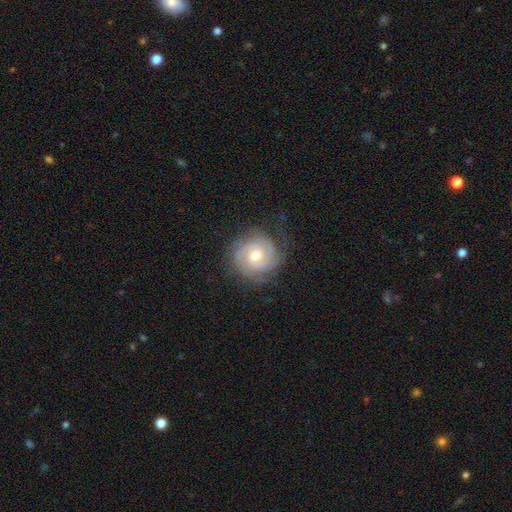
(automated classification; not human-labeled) Q: Smooth or featured?
A: featured or disk (81%); runner-up: smooth (12%)
Q: Edge-on disk?
A: no (98%); runner-up: yes (2%)
Q: Bar?
A: no (67%); runner-up: weak (28%)
Q: Spiral arms?
A: yes (96%); runner-up: no (4%)
Q: Spiral winding?
A: tight (73%); runner-up: medium (22%)
Q: Spiral arm count?
A: 2 (38%); runner-up: 3 (24%)
Q: Bulge size?
A: moderate (67%); runner-up: small (28%)
Q: Merging?
A: none (78%); runner-up: minor disturbance (15%)